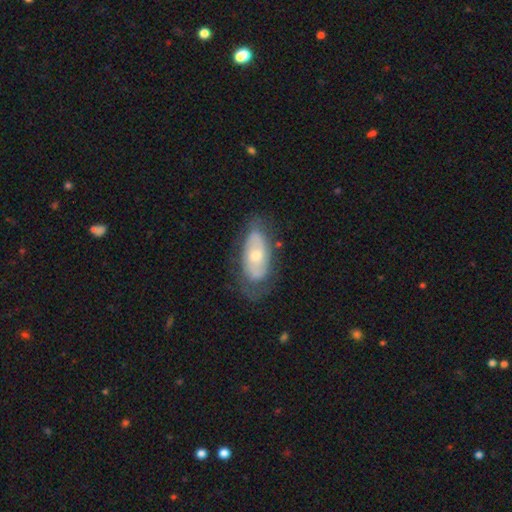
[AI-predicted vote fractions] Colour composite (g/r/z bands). It shows a featured or disk galaxy (59%) with no bar (78%), spiral arms (59%) and a moderate central bulge (55%). Merging: none (63%).